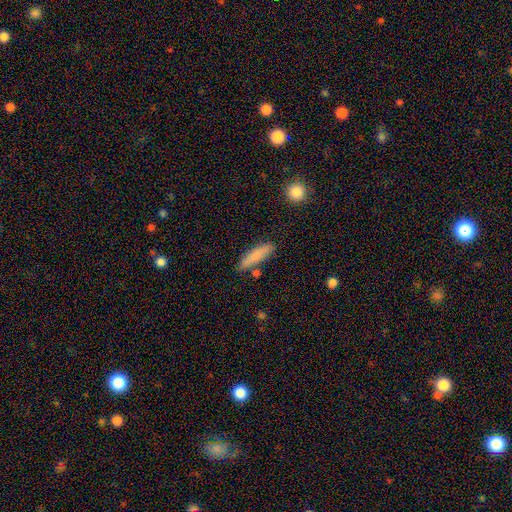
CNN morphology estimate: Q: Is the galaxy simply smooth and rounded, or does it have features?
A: smooth — 81%.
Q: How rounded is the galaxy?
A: cigar-shaped — 69%.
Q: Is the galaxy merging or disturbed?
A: none — 79%.